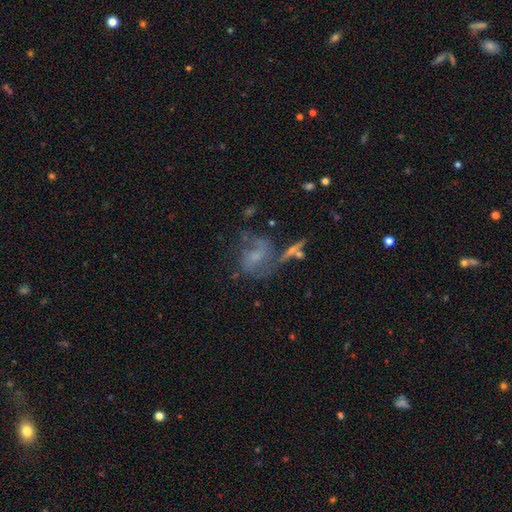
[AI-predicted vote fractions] Morphology: type=featured or disk (62%); edge-on=no (96%); bar=no (61%); spiral arms=yes (72%); bulge=small (46%); merging=none (39%).